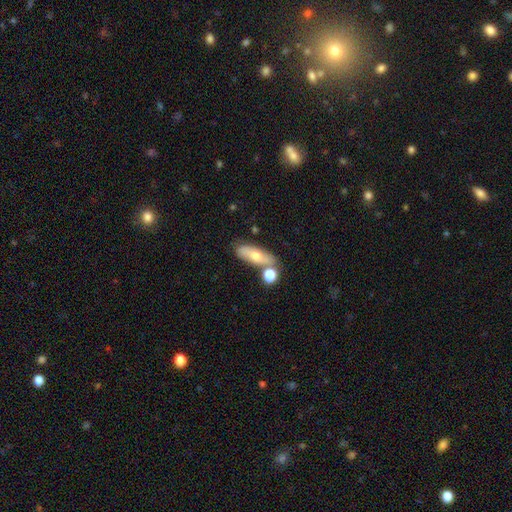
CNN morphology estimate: A smooth galaxy with no disk features (58%) that is in between round and cigar-shaped (63%).

Vote fractions:
- Smooth or featured? smooth: 58% / featured or disk: 33% / star or artifact: 9%
- How rounded? in between: 63% / cigar-shaped: 31% / round: 6%
- Merging? none: 67% / merger: 15% / minor disturbance: 14% / major disturbance: 4%